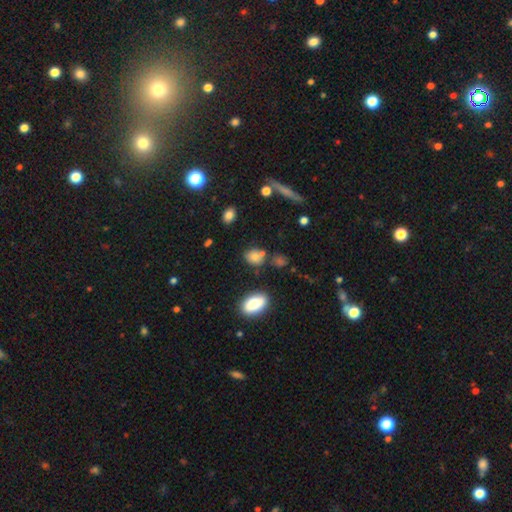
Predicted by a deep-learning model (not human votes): A smooth galaxy with no disk features (78%) that is in between round and cigar-shaped (57%).

Vote fractions:
- Smooth or featured? smooth: 78% / star or artifact: 14% / featured or disk: 8%
- How rounded? in between: 57% / round: 41% / cigar-shaped: 2%
- Merging? none: 62% / minor disturbance: 18% / merger: 14% / major disturbance: 6%